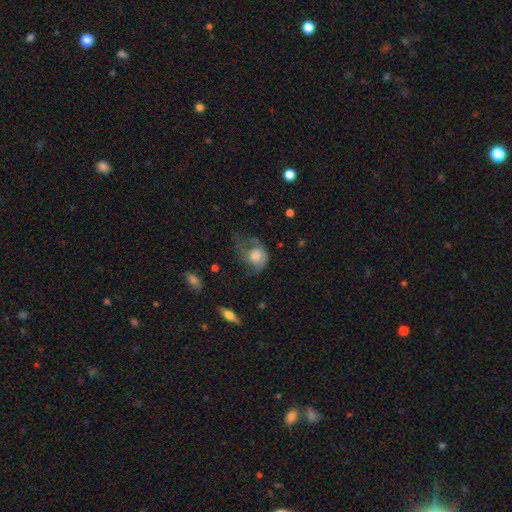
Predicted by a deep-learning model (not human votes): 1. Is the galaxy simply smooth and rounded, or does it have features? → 50% smooth, 42% featured or disk, 8% star or artifact.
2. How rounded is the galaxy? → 54% round, 44% in between, 1% cigar-shaped.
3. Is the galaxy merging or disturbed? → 45% major disturbance, 27% none, 26% minor disturbance, 2% merger.